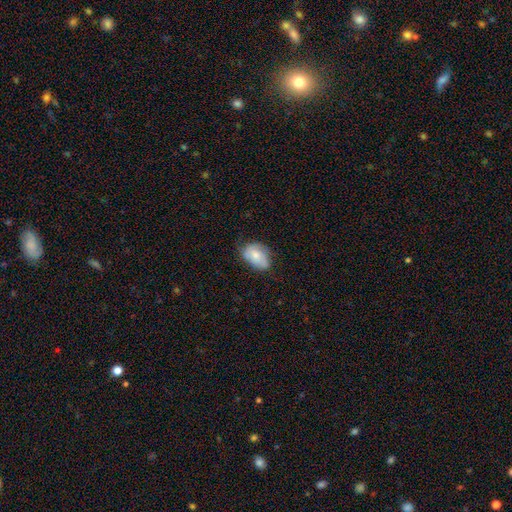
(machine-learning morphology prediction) A smooth galaxy with no disk features (68%) that is in between round and cigar-shaped (82%).

Vote fractions:
- Smooth or featured? smooth: 68% / featured or disk: 25% / star or artifact: 7%
- How rounded? in between: 82% / round: 17% / cigar-shaped: 1%
- Merging? none: 49% / minor disturbance: 37% / major disturbance: 12% / merger: 2%